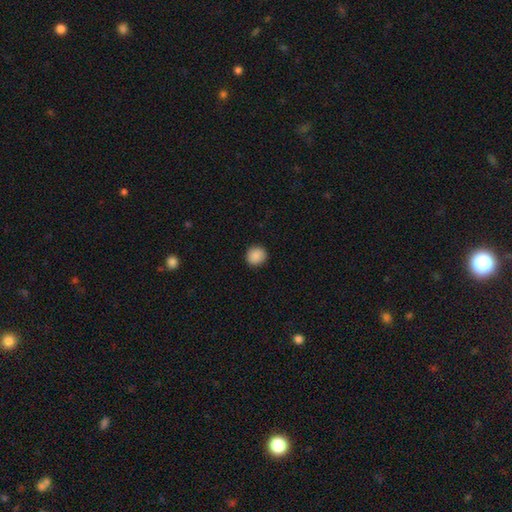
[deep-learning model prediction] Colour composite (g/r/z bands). It shows a smooth galaxy with no disk features (89%) that is round (90%). Merging: none (92%).